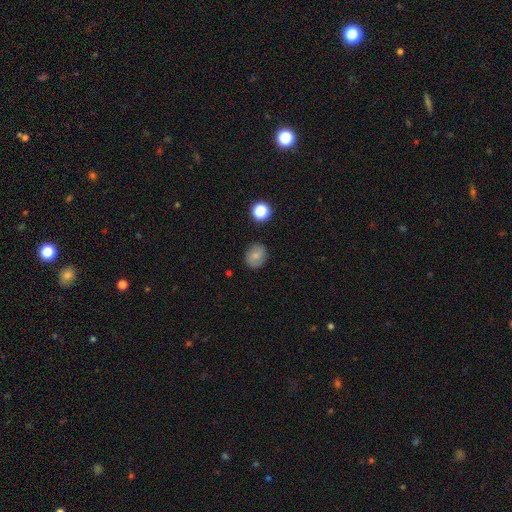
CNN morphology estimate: smooth-or-featured: smooth: 72% | featured or disk: 17% | star or artifact: 11%
  how-rounded: round: 66% | in between: 33% | cigar-shaped: 1%
  merging: none: 84% | minor disturbance: 11% | major disturbance: 3% | merger: 2%